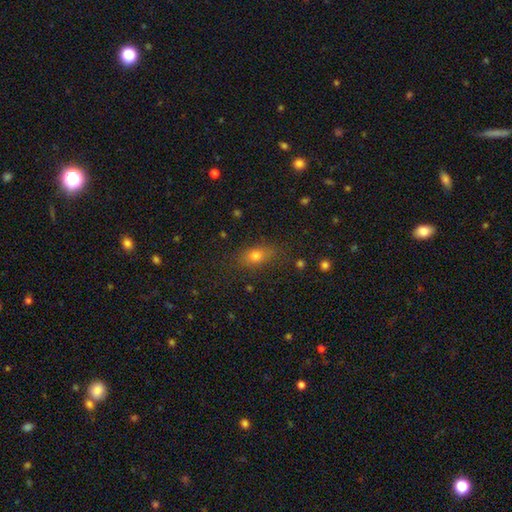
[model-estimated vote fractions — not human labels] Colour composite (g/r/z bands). It shows a smooth galaxy with no disk features (73%) that is in between round and cigar-shaped (66%). Merging: none (78%).